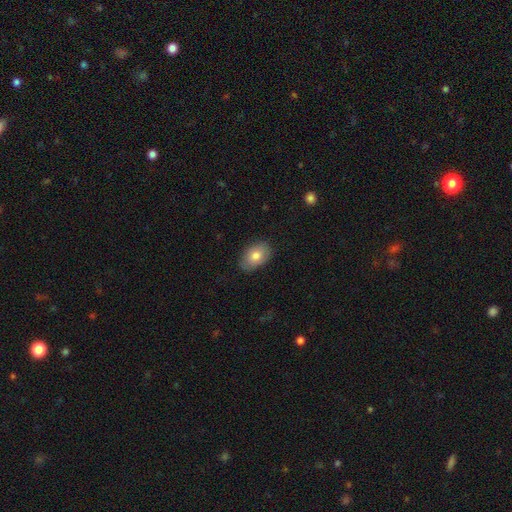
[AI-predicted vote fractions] This appears to be a smooth galaxy with no disk features (80%) that is in between round and cigar-shaped (87%). Merging: none (83%).